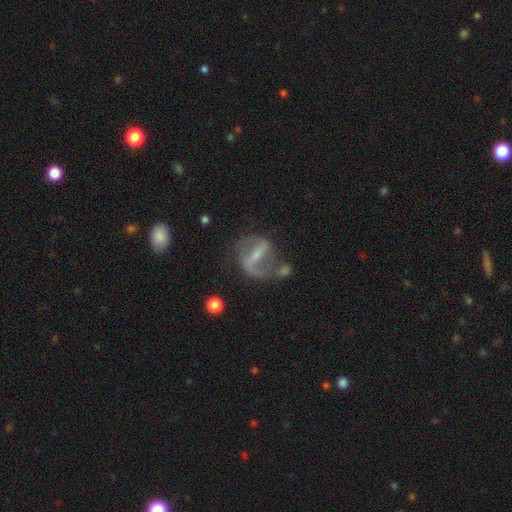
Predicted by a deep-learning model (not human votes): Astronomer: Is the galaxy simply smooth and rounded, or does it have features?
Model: featured or disk — 74%.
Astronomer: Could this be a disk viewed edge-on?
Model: no — 94%.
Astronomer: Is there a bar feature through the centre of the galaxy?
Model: strong — 57%.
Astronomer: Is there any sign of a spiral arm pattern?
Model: yes — 75%.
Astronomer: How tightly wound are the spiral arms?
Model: loose — 42% (runner-up: medium, 41%).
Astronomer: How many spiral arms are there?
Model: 2 — 69%.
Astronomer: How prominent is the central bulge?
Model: small — 51%.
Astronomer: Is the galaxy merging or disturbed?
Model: none — 44% (runner-up: major disturbance, 25%).